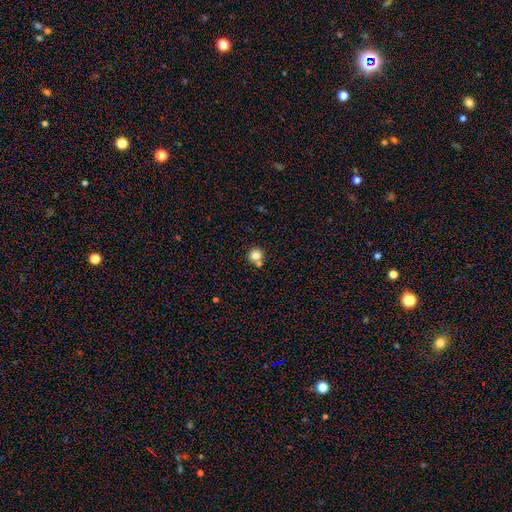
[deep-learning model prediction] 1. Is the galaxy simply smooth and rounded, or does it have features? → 82% smooth, 11% star or artifact, 7% featured or disk.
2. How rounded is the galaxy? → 87% round, 12% in between, 1% cigar-shaped.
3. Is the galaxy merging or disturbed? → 64% none, 25% merger, 9% minor disturbance, 3% major disturbance.